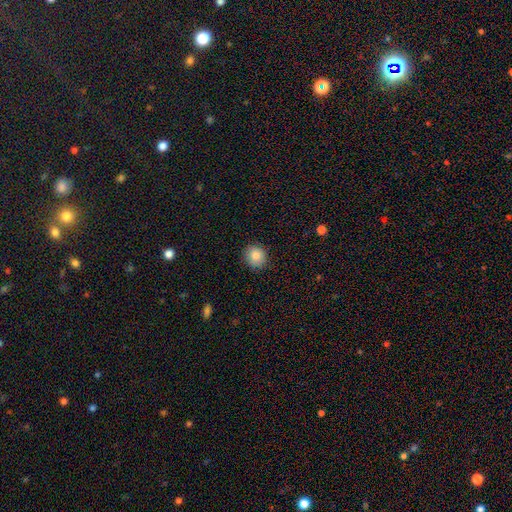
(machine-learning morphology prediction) Smooth or featured?
  - smooth: 85% *
  - star or artifact: 9%
  - featured or disk: 6%
How rounded?
  - round: 86% *
  - in between: 13%
  - cigar-shaped: 1%
Merging?
  - none: 88% *
  - minor disturbance: 9%
  - major disturbance: 2%
  - merger: 1%